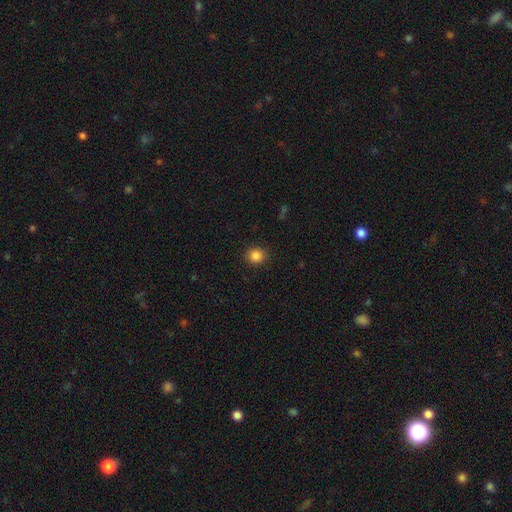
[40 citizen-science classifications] smooth_or_featured: smooth (p=0.85) [alt: star or artifact p=0.10]
how_rounded: round (p=0.91) [alt: in between p=0.09]
merging: none (p=0.94) [alt: minor disturbance p=0.06]